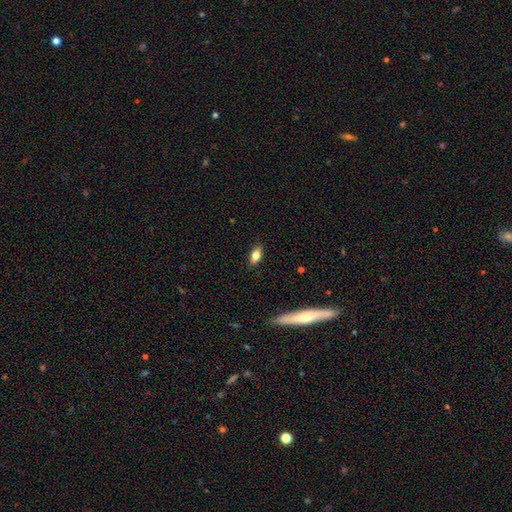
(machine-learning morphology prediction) smooth 78%, featured or disk 14%, star or artifact 9%. Down the decision tree: how rounded — in between (83%); merging — none (86%).